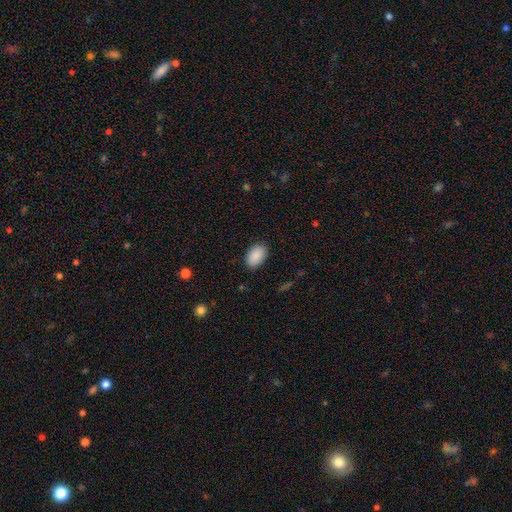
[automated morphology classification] A smooth galaxy with no disk features (90%) that is in between round and cigar-shaped (92%).

Vote fractions:
- Smooth or featured? smooth: 90% / star or artifact: 7% / featured or disk: 3%
- How rounded? in between: 92% / round: 7% / cigar-shaped: 1%
- Merging? none: 87% / minor disturbance: 10% / major disturbance: 2% / merger: 1%